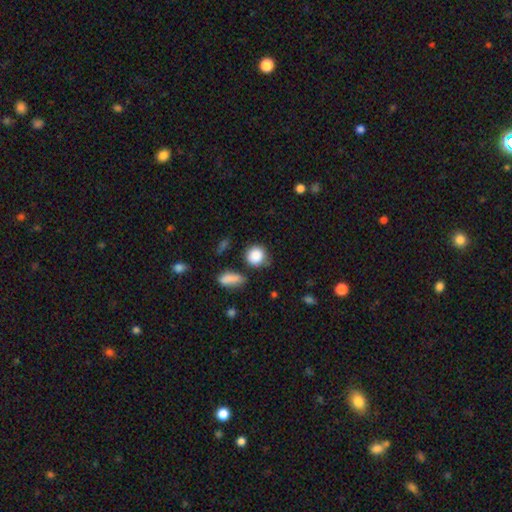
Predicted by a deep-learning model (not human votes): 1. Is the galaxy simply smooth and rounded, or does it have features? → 86% smooth, 9% star or artifact, 5% featured or disk.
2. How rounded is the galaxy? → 84% round, 15% in between, 2% cigar-shaped.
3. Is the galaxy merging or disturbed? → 68% none, 18% minor disturbance, 8% merger, 6% major disturbance.